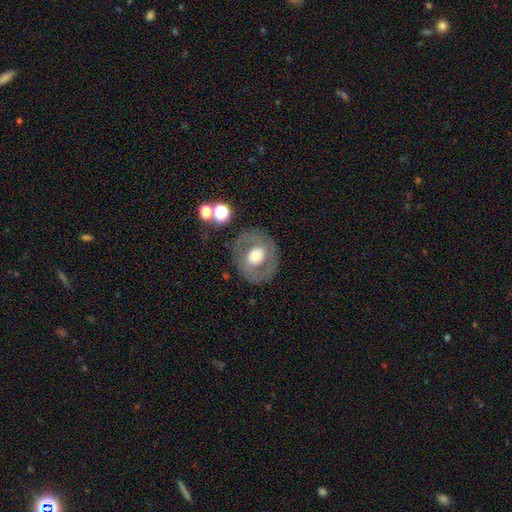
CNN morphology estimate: Smooth or featured? featured or disk (50%)
Merging? none (80%)